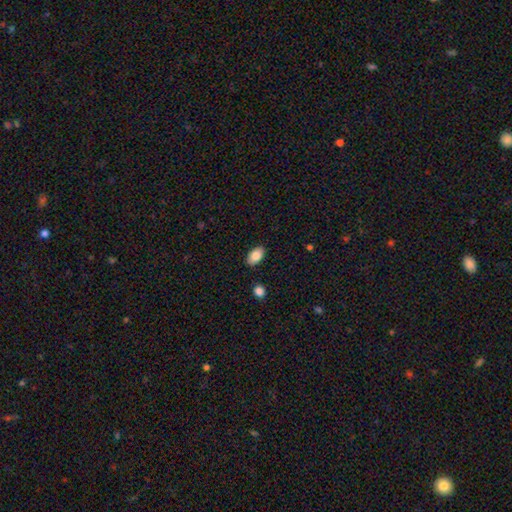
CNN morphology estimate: smooth_or_featured: smooth (p=0.85) [alt: featured or disk p=0.07]
how_rounded: in between (p=0.93) [alt: round p=0.05]
merging: none (p=0.87) [alt: minor disturbance p=0.09]